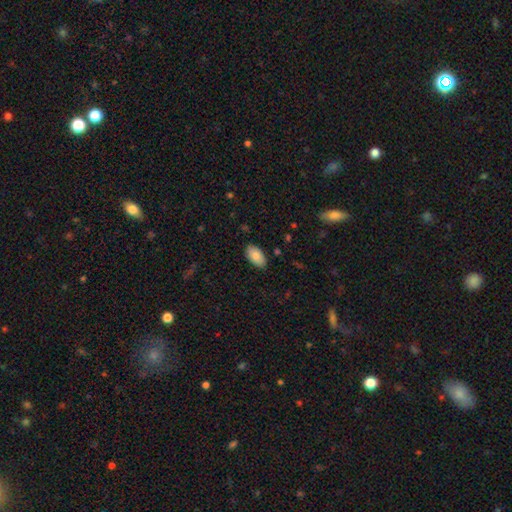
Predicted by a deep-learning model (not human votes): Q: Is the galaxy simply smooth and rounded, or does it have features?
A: smooth — 86%.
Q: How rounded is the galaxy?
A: in between — 95%.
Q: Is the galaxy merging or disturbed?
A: none — 87%.